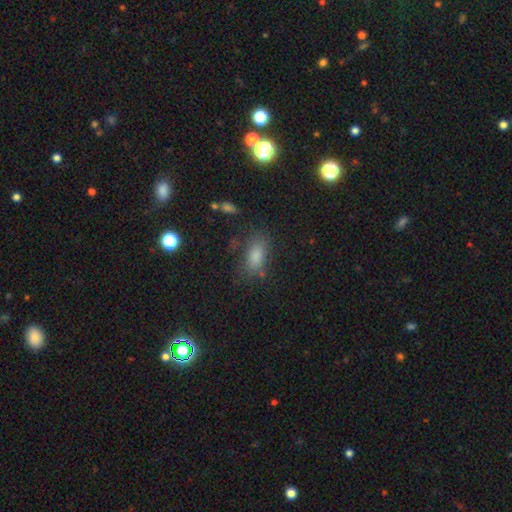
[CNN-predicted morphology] smooth_or_featured: smooth (p=0.72) [alt: star or artifact p=0.18]
how_rounded: in between (p=0.82) [alt: round p=0.10]
merging: none (p=0.75) [alt: minor disturbance p=0.16]